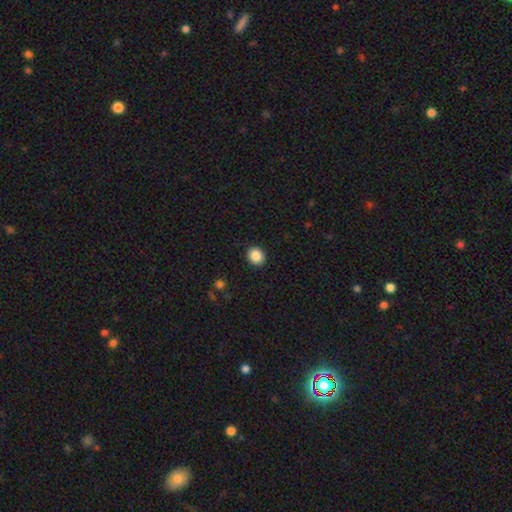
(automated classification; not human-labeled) smooth 87%, star or artifact 9%, featured or disk 4%. Down the decision tree: how rounded — round (78%); merging — none (91%).